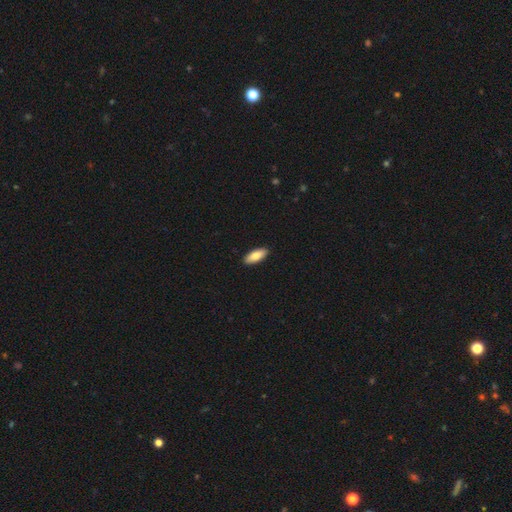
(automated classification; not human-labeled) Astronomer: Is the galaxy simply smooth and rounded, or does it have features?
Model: smooth — 83%.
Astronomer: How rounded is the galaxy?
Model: in between — 74%.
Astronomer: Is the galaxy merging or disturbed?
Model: none — 91%.